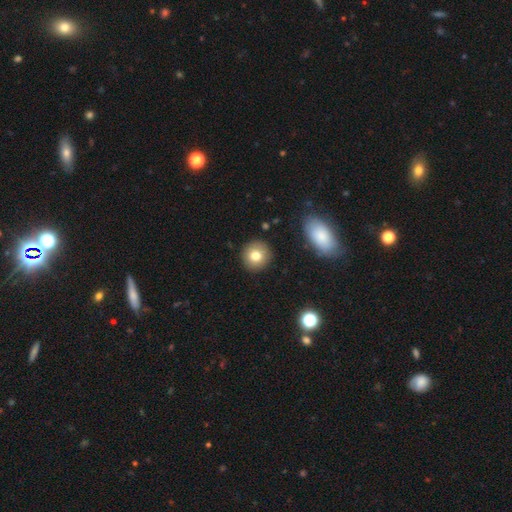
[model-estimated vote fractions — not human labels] A smooth galaxy with no disk features (79%) that is round (90%). Merging: none (90%).